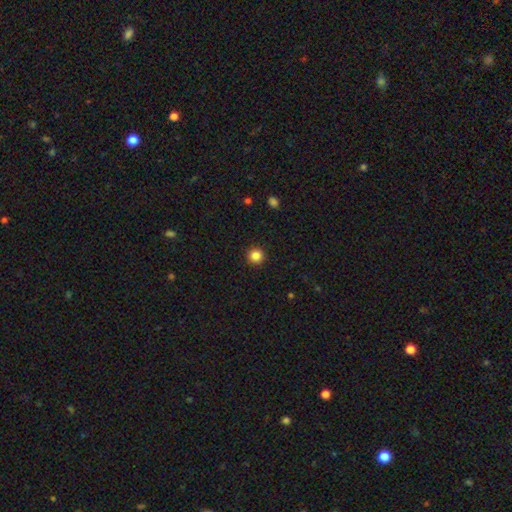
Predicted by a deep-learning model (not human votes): smooth 85%, star or artifact 11%, featured or disk 4%. Down the decision tree: how rounded — round (96%); merging — none (93%).